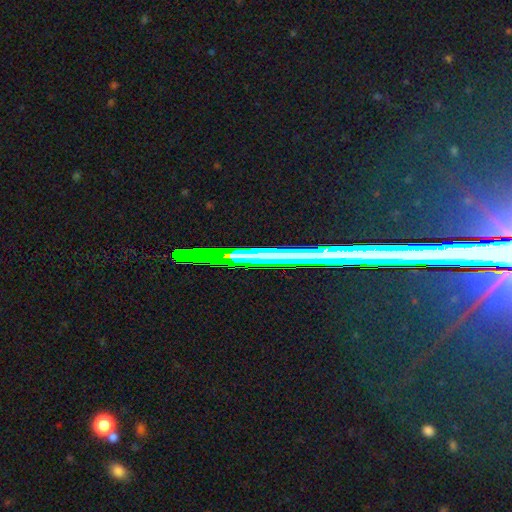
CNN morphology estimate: A star or artifact, not a galaxy (67%).

Vote fractions:
- Smooth or featured? star or artifact: 67% / featured or disk: 21% / smooth: 12%